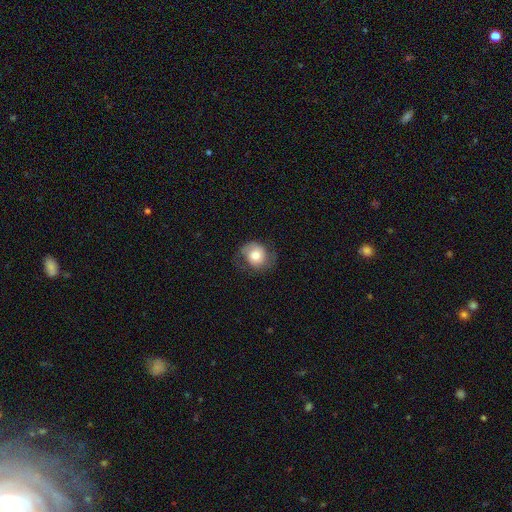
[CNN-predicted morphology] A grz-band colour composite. It shows a smooth galaxy with no disk features (59%) that is round (70%). Merging: none (64%).